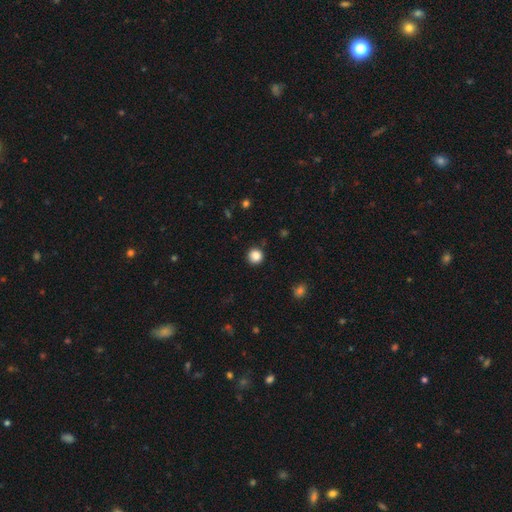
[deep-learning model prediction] The model was most divided on "smooth or featured": smooth: 86%, star or artifact: 11%, featured or disk: 3%. More confident: how rounded — round (93%); merging — none (89%).